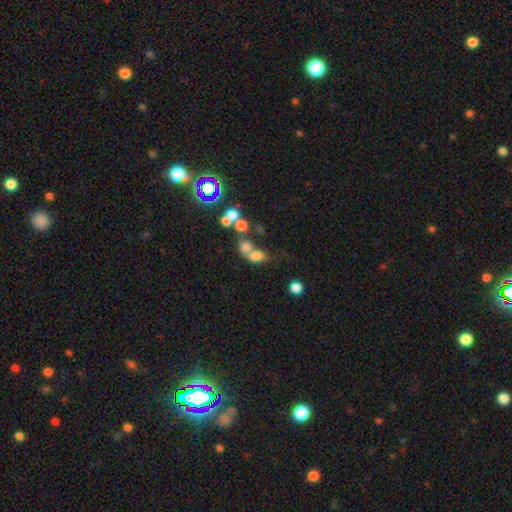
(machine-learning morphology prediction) smooth 67%, star or artifact 16%, featured or disk 16%. Down the decision tree: how rounded — in between (63%); merging — merger (51%).